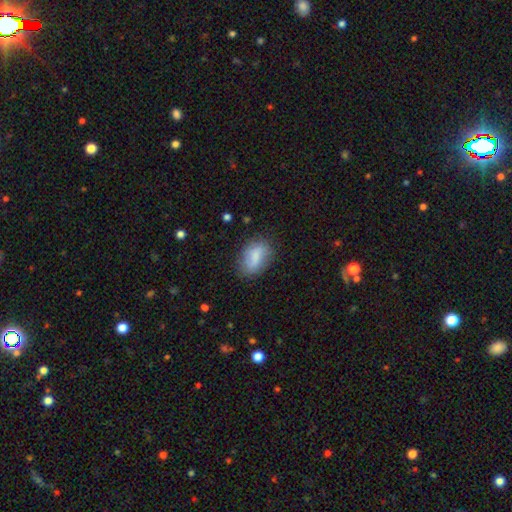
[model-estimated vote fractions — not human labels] smooth-or-featured: smooth: 74% | featured or disk: 18% | star or artifact: 8%
  how-rounded: in between: 86% | round: 12% | cigar-shaped: 2%
  merging: none: 70% | minor disturbance: 22% | major disturbance: 7% | merger: 2%